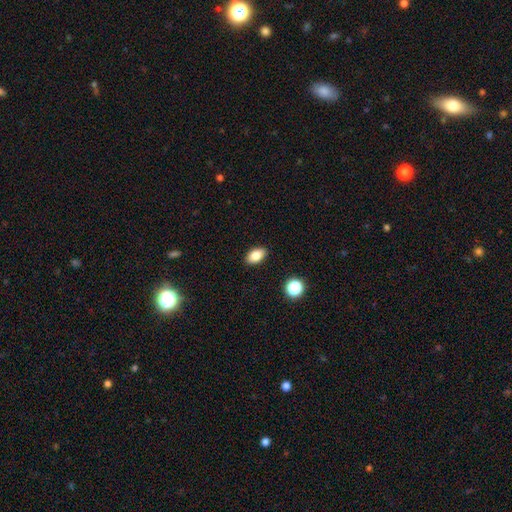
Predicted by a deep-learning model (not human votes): Smooth or featured? Predicted: smooth (p=0.84). How rounded? Predicted: in between (p=0.90). Merging? Predicted: none (p=0.89).